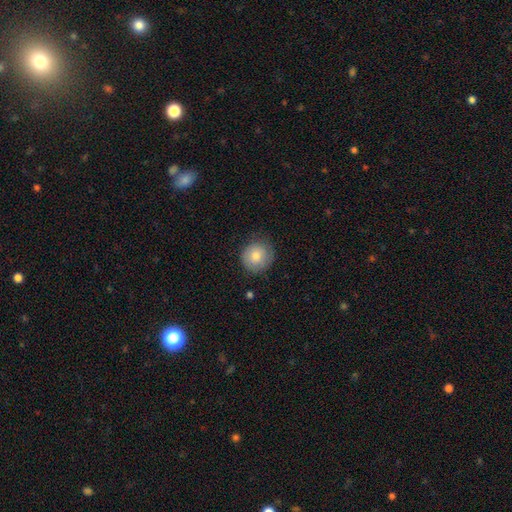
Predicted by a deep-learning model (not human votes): smooth_or_featured: smooth (p=0.77) [alt: featured or disk p=0.15]
how_rounded: round (p=0.92) [alt: in between p=0.07]
merging: none (p=0.78) [alt: minor disturbance p=0.17]